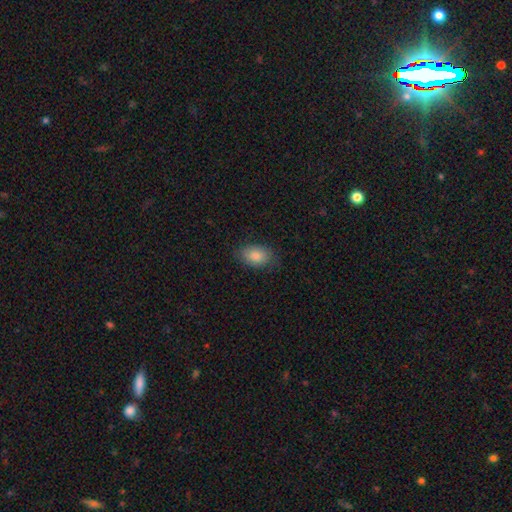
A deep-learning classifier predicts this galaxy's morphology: Smooth or featured: smooth — 83% (star or artifact — 9%)
How rounded: in between — 87% (round — 12%)
Merging: none — 81% (minor disturbance — 14%)